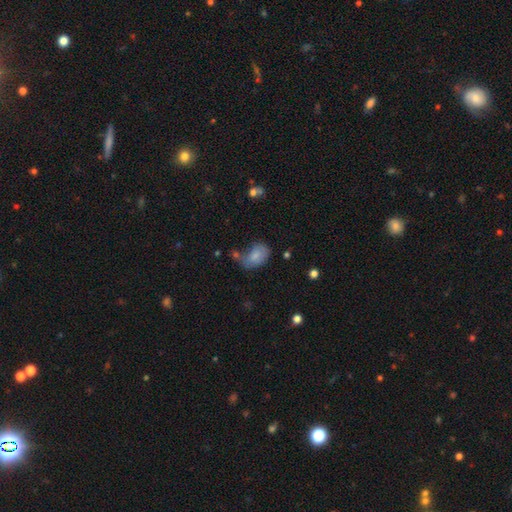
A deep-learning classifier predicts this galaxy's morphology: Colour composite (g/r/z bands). It shows a smooth galaxy with no disk features (77%) that is in between round and cigar-shaped (84%). Merging: none (41%).